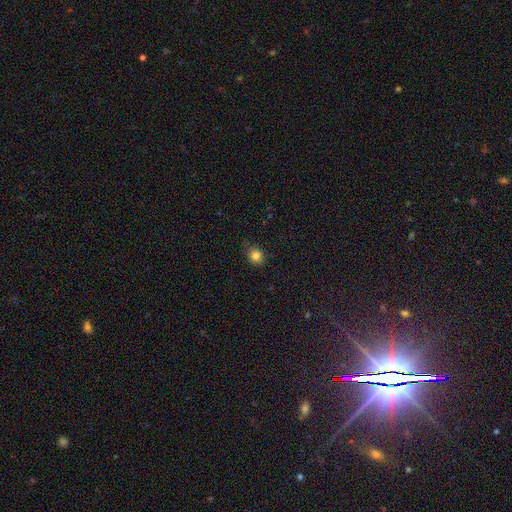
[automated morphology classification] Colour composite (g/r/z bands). It shows a smooth galaxy with no disk features (82%) that is round (73%). Merging: none (78%).